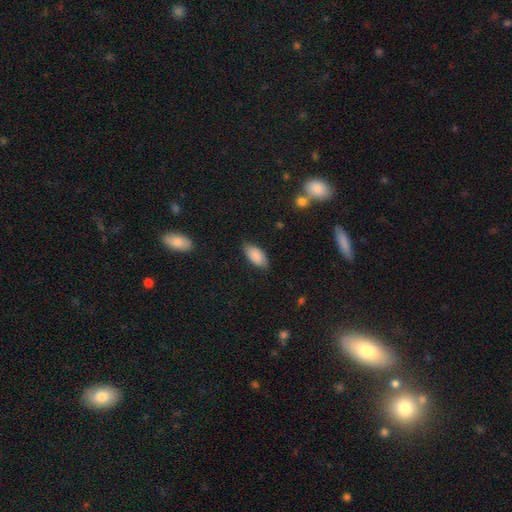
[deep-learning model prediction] smooth_or_featured: smooth (p=0.87) [alt: featured or disk p=0.06]
how_rounded: in between (p=0.91) [alt: cigar-shaped p=0.06]
merging: none (p=0.78) [alt: minor disturbance p=0.17]